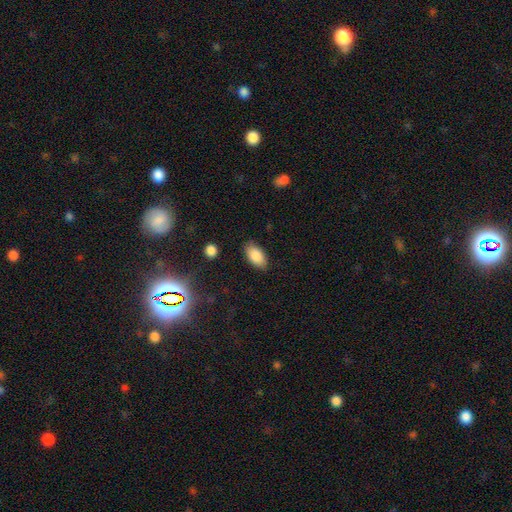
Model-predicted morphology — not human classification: Smooth or featured? Predicted: smooth (p=0.87). How rounded? Predicted: in between (p=0.94). Merging? Predicted: none (p=0.84).